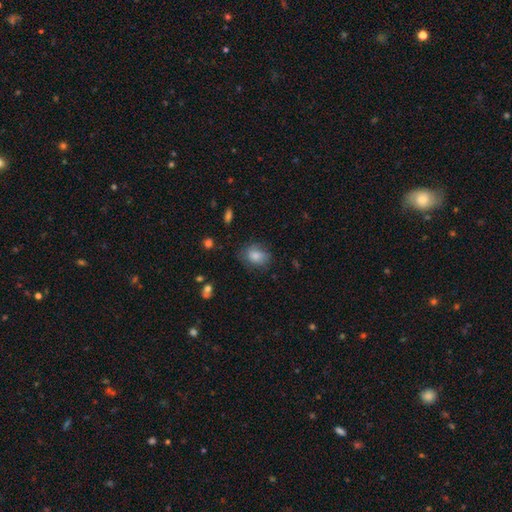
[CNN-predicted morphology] smooth 81%, featured or disk 10%, star or artifact 8%. Down the decision tree: how rounded — in between (62%); merging — none (70%).